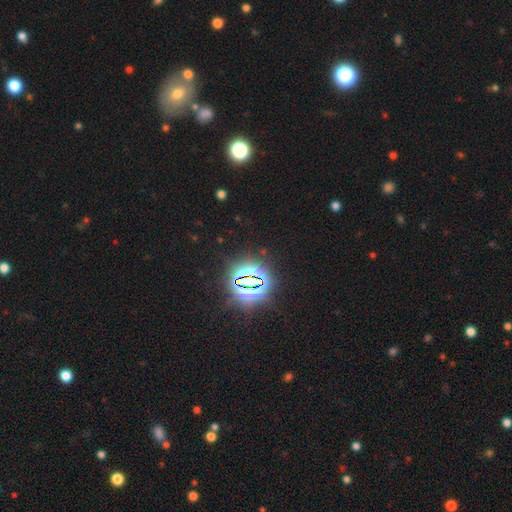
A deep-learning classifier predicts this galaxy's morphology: A star or artifact, not a galaxy (83%).

Vote fractions:
- Smooth or featured? star or artifact: 83% / smooth: 11% / featured or disk: 6%